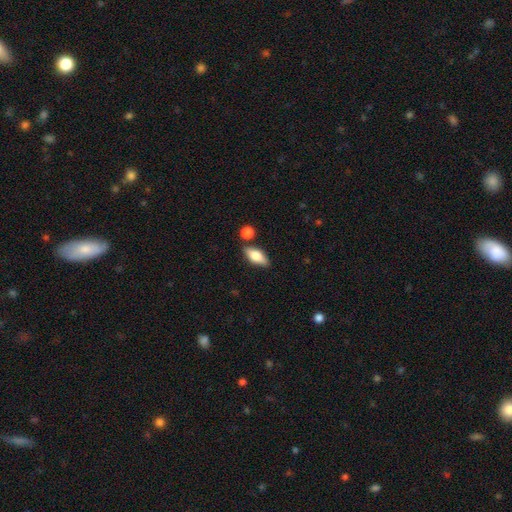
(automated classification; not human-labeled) Overall: smooth (73%). How rounded: in between (79%). Merging: none (78%).